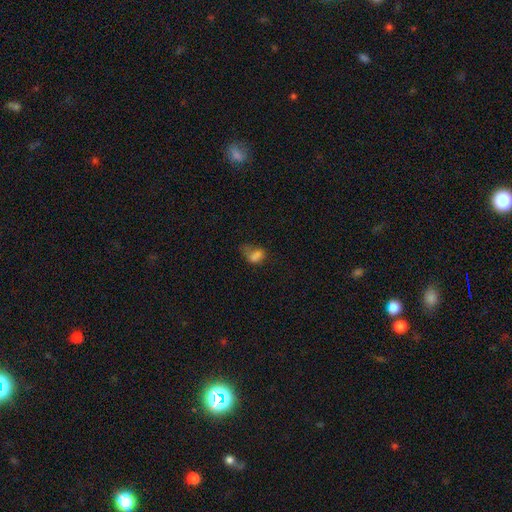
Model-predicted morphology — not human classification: A smooth galaxy with no disk features (71%) that is in between round and cigar-shaped (79%).

Vote fractions:
- Smooth or featured? smooth: 71% / star or artifact: 15% / featured or disk: 14%
- How rounded? in between: 79% / round: 19% / cigar-shaped: 2%
- Merging? major disturbance: 35% / minor disturbance: 26% / none: 25% / merger: 14%